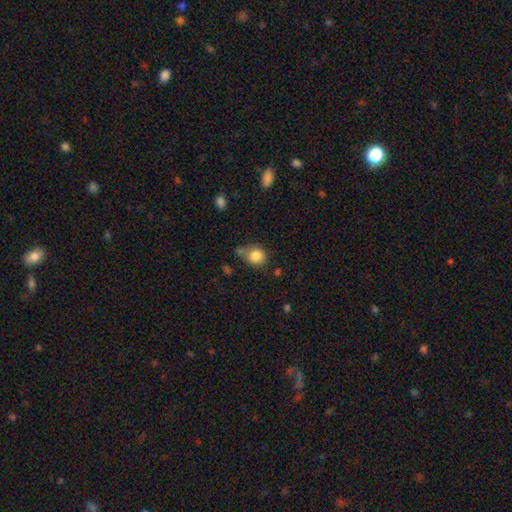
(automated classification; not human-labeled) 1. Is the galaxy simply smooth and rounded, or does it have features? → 83% smooth, 10% star or artifact, 7% featured or disk.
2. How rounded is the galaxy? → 70% round, 29% in between, 1% cigar-shaped.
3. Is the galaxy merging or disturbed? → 58% none, 23% minor disturbance, 12% merger, 7% major disturbance.